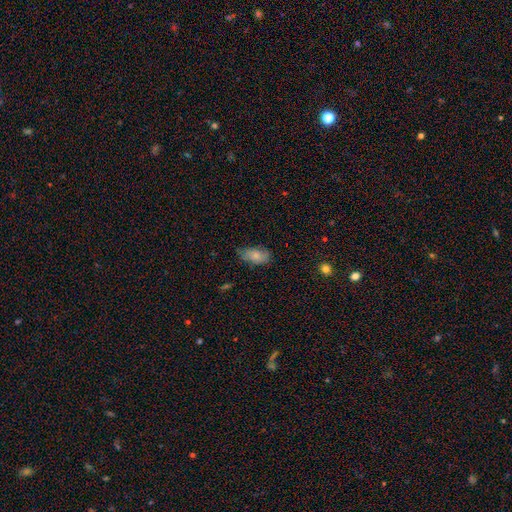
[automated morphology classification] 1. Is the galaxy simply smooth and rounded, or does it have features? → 78% smooth, 14% featured or disk, 8% star or artifact.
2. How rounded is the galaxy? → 92% in between, 5% round, 4% cigar-shaped.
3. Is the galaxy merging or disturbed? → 61% none, 31% minor disturbance, 6% major disturbance, 2% merger.